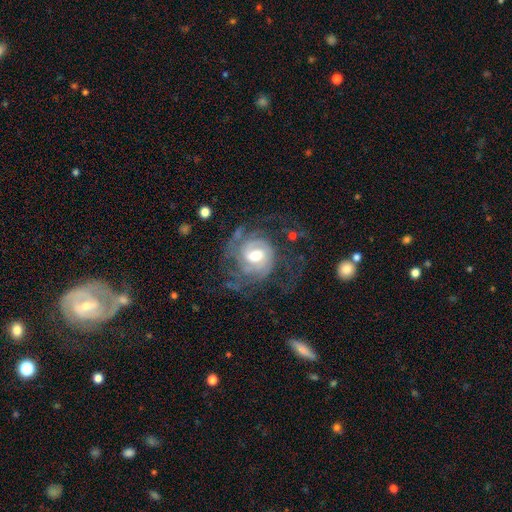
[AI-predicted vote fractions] This appears to be a featured or disk galaxy (83%) with no bar (45%), tight (52%) spiral arms (93%) and a moderate central bulge (66%). Merging: none (55%).